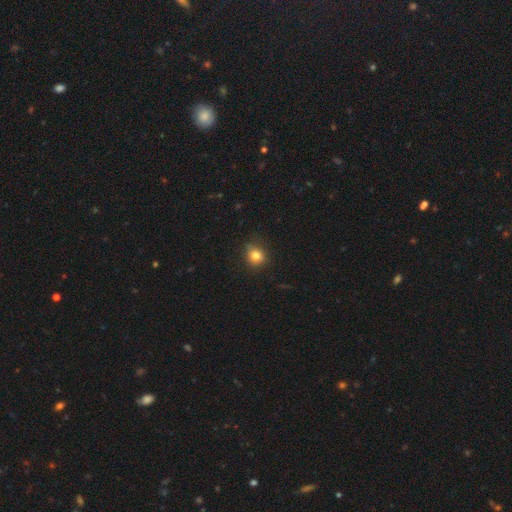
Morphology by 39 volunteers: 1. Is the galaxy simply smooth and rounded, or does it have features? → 82% smooth, 10% star or artifact, 8% featured or disk.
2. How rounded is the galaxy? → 91% round, 9% in between, 0% cigar-shaped.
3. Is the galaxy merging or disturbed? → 83% none, 17% minor disturbance, 0% major disturbance, 0% merger.